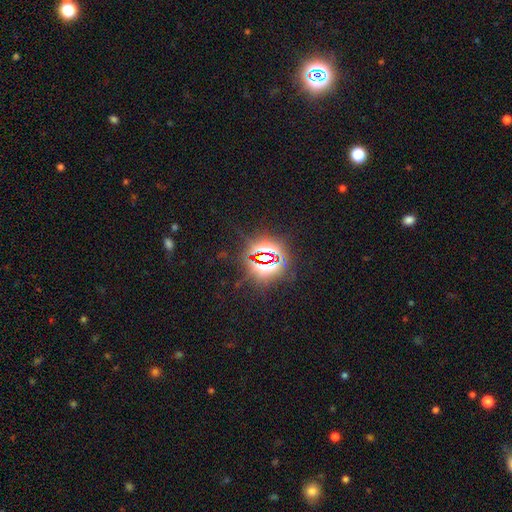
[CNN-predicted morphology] smooth-or-featured: star or artifact: 83% | smooth: 10% | featured or disk: 6%